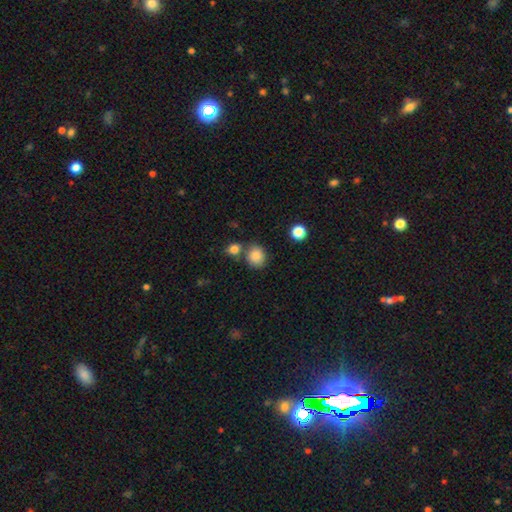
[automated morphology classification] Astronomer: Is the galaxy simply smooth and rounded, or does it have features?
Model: smooth — 85%.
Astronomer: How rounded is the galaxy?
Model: round — 78%.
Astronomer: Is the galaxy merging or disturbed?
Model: none — 68%.